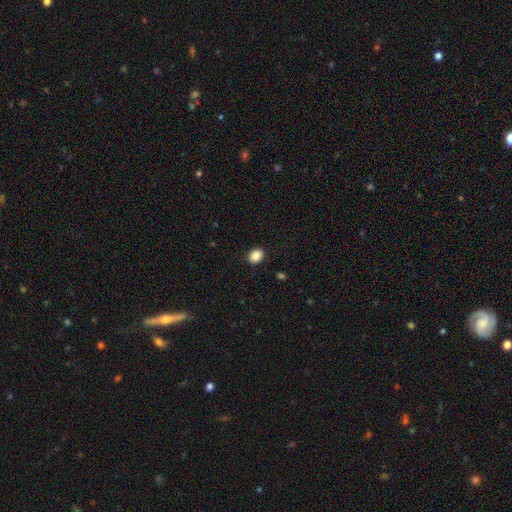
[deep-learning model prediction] This appears to be a smooth galaxy with no disk features (86%) that is in between round and cigar-shaped (52%). Merging: none (90%).